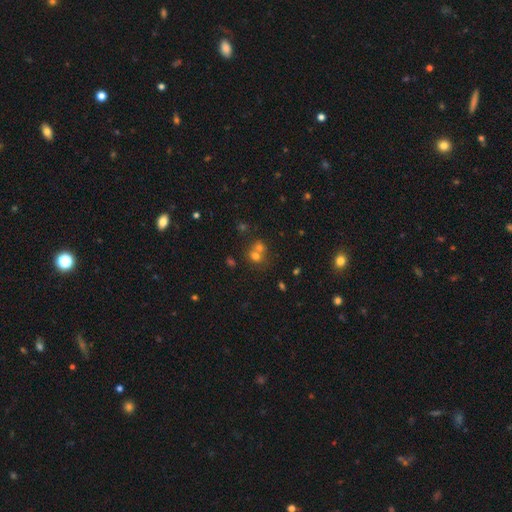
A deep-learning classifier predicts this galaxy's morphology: The model was most divided on "merging": merger: 54%, none: 37%, minor disturbance: 6%, major disturbance: 3%. More confident: how rounded — round (75%); smooth or featured — smooth (65%).